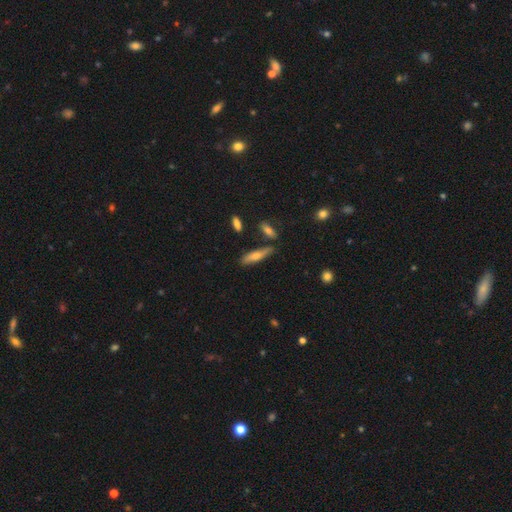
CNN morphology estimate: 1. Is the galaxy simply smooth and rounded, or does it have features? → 55% smooth, 37% featured or disk, 8% star or artifact.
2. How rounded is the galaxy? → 75% cigar-shaped, 23% in between, 2% round.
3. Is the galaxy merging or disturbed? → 77% none, 14% minor disturbance, 7% merger, 3% major disturbance.